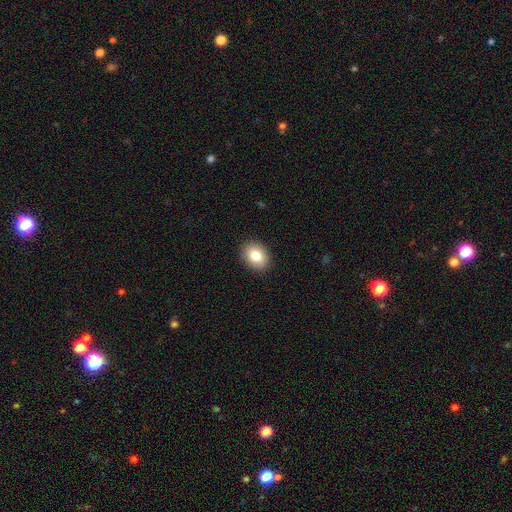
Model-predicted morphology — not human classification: Smooth or featured: smooth — 84% (featured or disk — 8%)
How rounded: in between — 63% (round — 36%)
Merging: none — 90% (minor disturbance — 7%)